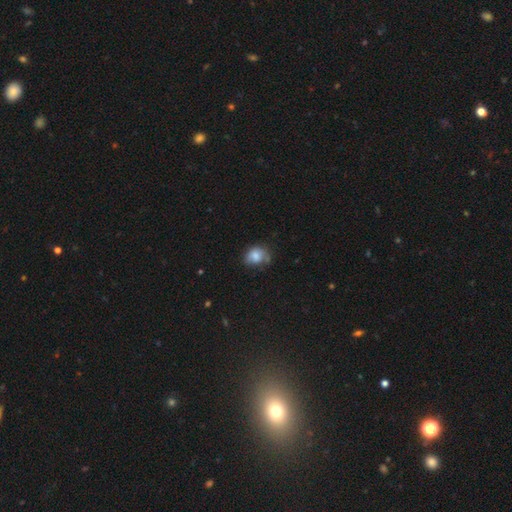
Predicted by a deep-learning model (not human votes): smooth 75%, featured or disk 15%, star or artifact 10%. Down the decision tree: how rounded — in between (54%); merging — none (43%).